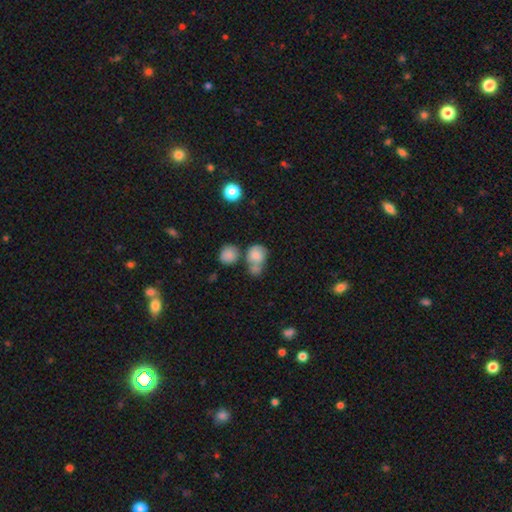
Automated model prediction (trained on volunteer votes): Smooth or featured?
  - smooth: 77% *
  - featured or disk: 13%
  - star or artifact: 9%
How rounded?
  - round: 61% *
  - in between: 38%
  - cigar-shaped: 1%
Merging?
  - merger: 51% *
  - none: 30%
  - minor disturbance: 12%
  - major disturbance: 7%